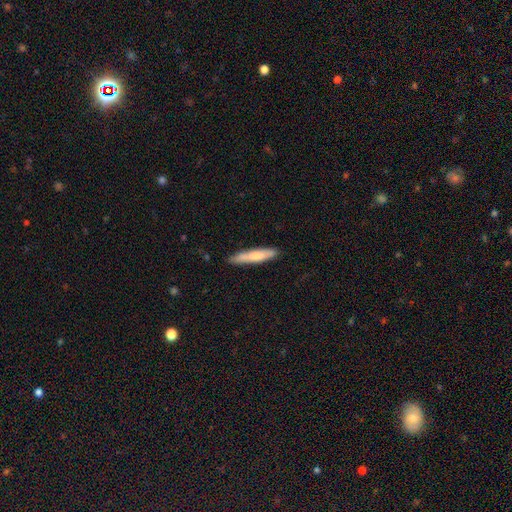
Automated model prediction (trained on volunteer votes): Overall: smooth (70%). How rounded: cigar-shaped (88%). Merging: none (84%).